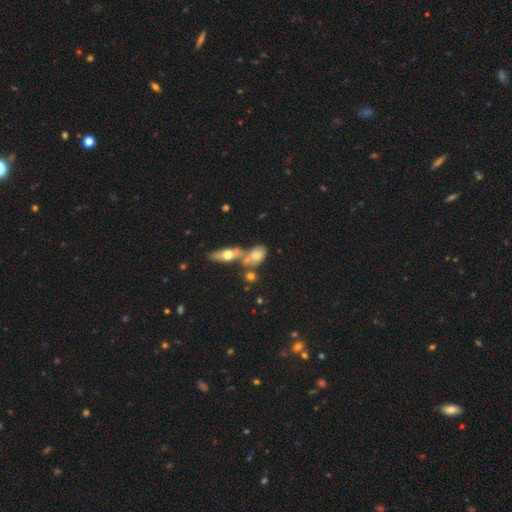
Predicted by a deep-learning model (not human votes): Q: Smooth or featured?
A: smooth (59%); runner-up: featured or disk (31%)
Q: How rounded?
A: in between (78%); runner-up: round (14%)
Q: Merging?
A: merger (47%); runner-up: none (34%)